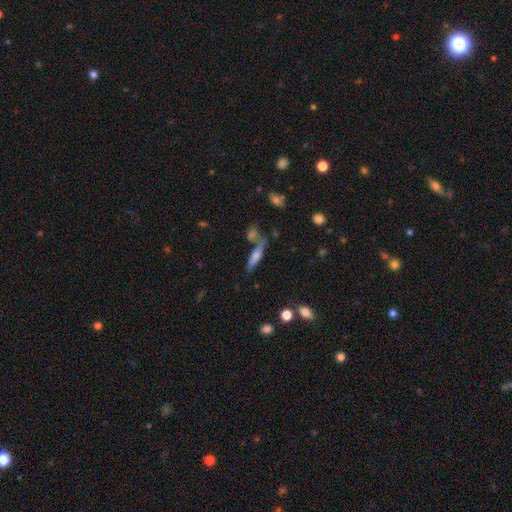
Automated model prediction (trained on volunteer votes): smooth 54%, featured or disk 36%, star or artifact 10%. Down the decision tree: how rounded — cigar-shaped (74%); merging — none (56%).